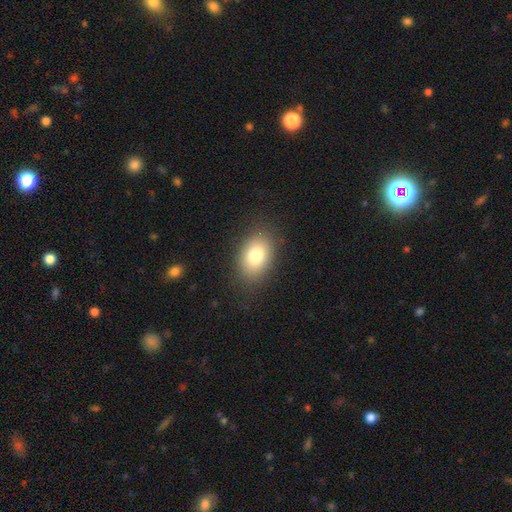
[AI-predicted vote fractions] Smooth or featured? Predicted: smooth (p=0.80). How rounded? Predicted: in between (p=0.80). Merging? Predicted: none (p=0.85).